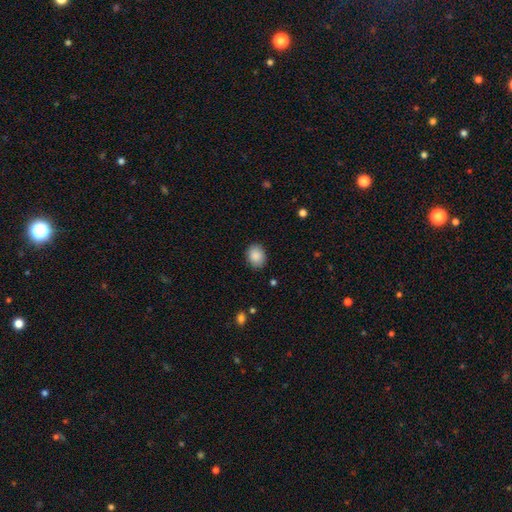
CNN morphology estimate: The model was most divided on "how rounded": in between: 52%, round: 47%, cigar-shaped: 1%. More confident: smooth or featured — smooth (88%); merging — none (87%).